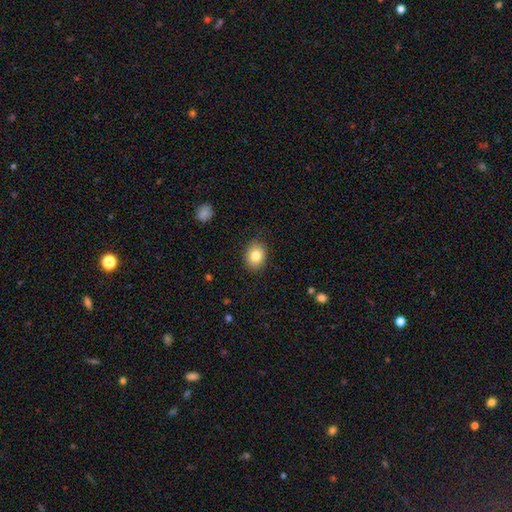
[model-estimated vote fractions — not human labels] Smooth or featured: smooth — 82% (featured or disk — 9%)
How rounded: in between — 53% (round — 46%)
Merging: none — 88% (minor disturbance — 9%)